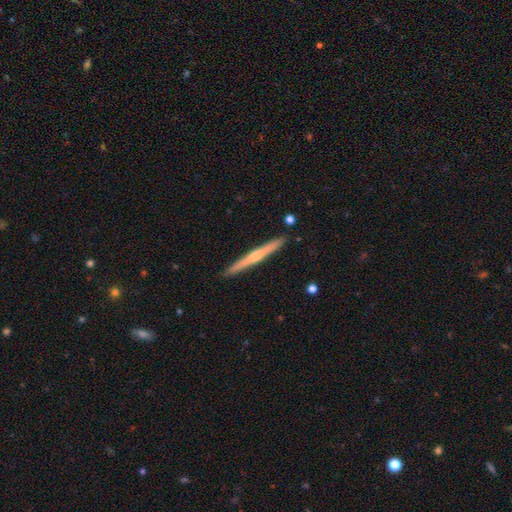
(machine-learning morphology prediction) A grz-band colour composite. It shows a featured or disk galaxy (59%) viewed edge-on (98%) with a rounded central bulge (61%). Merging: none (91%).